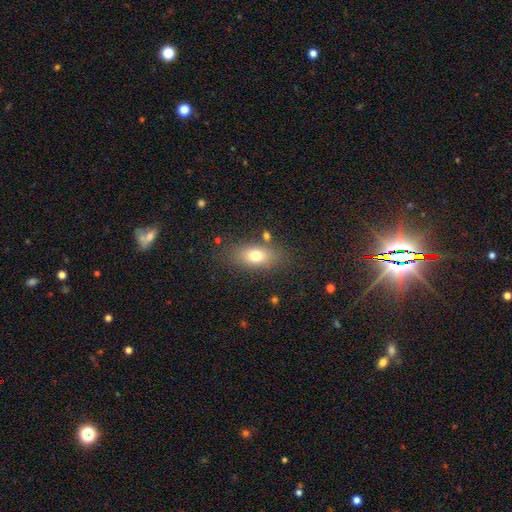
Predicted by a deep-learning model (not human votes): Overall: smooth (74%). How rounded: in between (80%). Merging: none (79%).